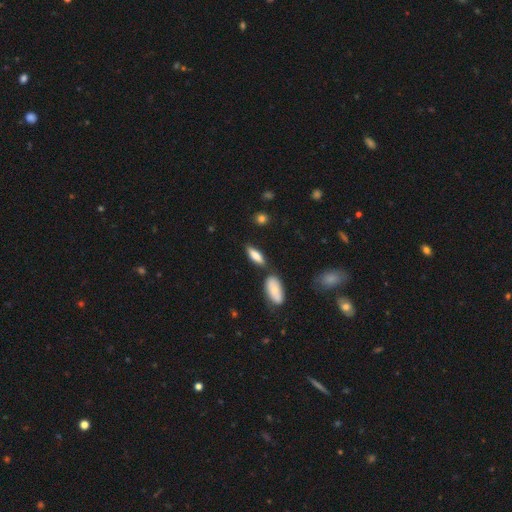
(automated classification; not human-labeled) Morphology: type=smooth (72%); roundness=in between (59%); merging=none (73%).